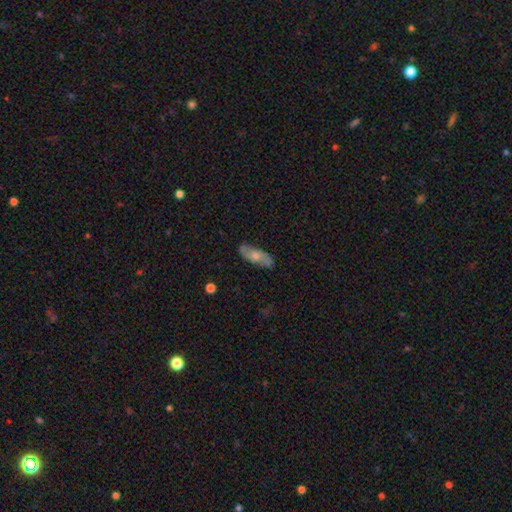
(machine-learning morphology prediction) A smooth galaxy with no disk features (51%) that is in between round and cigar-shaped (71%).

Vote fractions:
- Smooth or featured? smooth: 51% / featured or disk: 43% / star or artifact: 6%
- How rounded? in between: 71% / cigar-shaped: 26% / round: 3%
- Merging? none: 82% / minor disturbance: 14% / major disturbance: 3% / merger: 1%